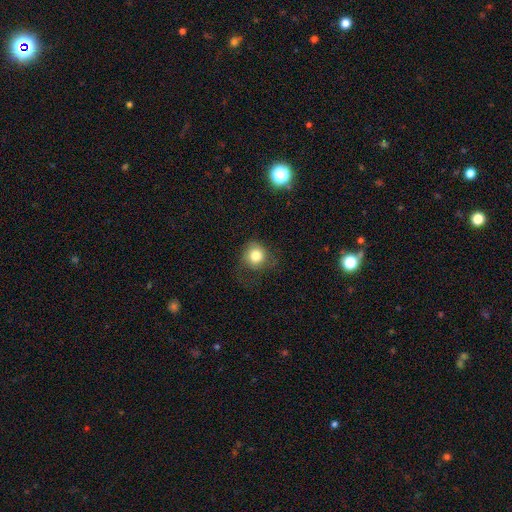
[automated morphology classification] Smooth or featured? Predicted: smooth (p=0.79). How rounded? Predicted: round (p=0.85). Merging? Predicted: none (p=0.55).